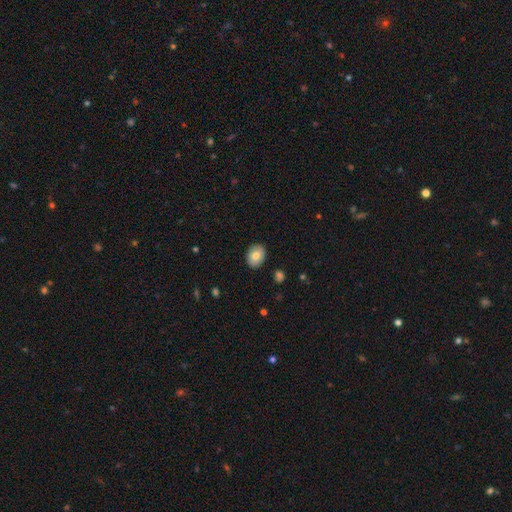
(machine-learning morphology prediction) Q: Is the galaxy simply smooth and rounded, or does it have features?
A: smooth — 76%.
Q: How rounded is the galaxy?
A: in between — 65%.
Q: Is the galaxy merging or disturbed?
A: none — 88%.